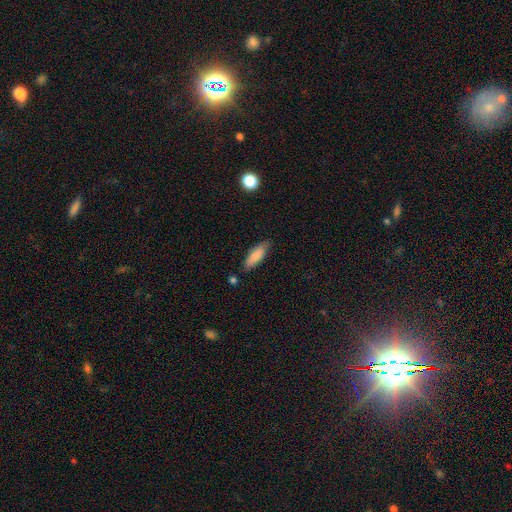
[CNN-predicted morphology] Q: Smooth or featured?
A: smooth (79%); runner-up: featured or disk (14%)
Q: How rounded?
A: in between (54%); runner-up: cigar-shaped (45%)
Q: Merging?
A: none (77%); runner-up: minor disturbance (17%)